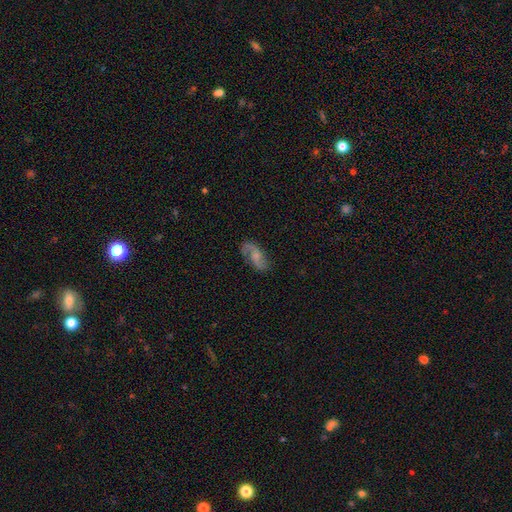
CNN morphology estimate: A featured or disk galaxy (77%) with no bar (53%), 2 (90%) loose (55%) spiral arms (95%) and a small central bulge (42%).

Vote fractions:
- Smooth or featured? featured or disk: 77% / smooth: 16% / star or artifact: 7%
- Edge-on disk? no: 96% / yes: 4%
- Bar? no: 53% / weak: 40% / strong: 7%
- Spiral arms? yes: 95% / no: 5%
- Spiral winding? loose: 55% / medium: 36% / tight: 9%
- Spiral arm count? 2: 90% / 1: 4% / can't tell: 3% / 3: 1% / 4: 1% / more than 4: 1%
- Bulge size? small: 42% / moderate: 33% / none: 20% / large: 4% / dominant: 1%
- Merging? none: 76% / minor disturbance: 16% / major disturbance: 6% / merger: 2%